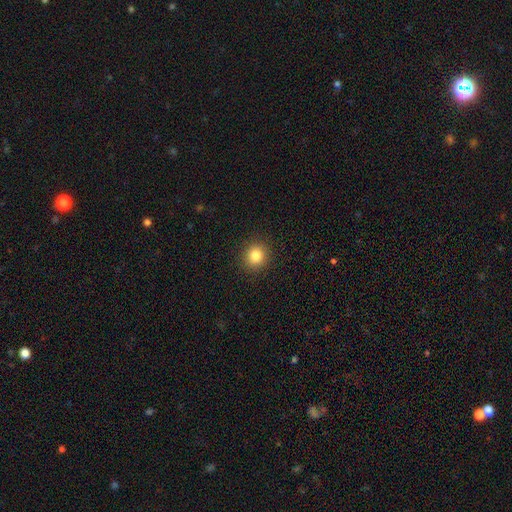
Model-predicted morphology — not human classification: The model was most divided on "smooth or featured": smooth: 83%, star or artifact: 11%, featured or disk: 6%. More confident: merging — none (91%); how rounded — round (87%).